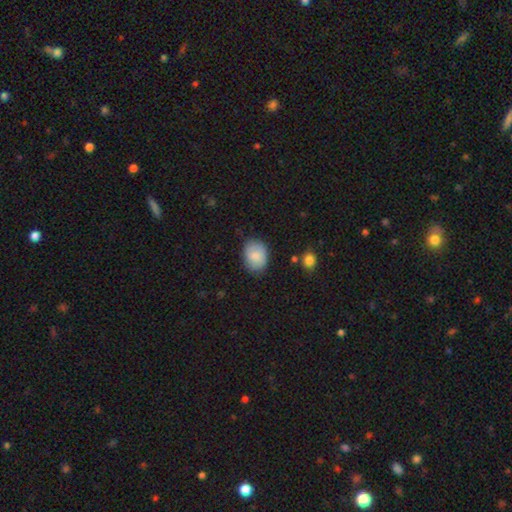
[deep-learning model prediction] Smooth or featured? Predicted: smooth (p=0.83). How rounded? Predicted: in between (p=0.62). Merging? Predicted: none (p=0.78).